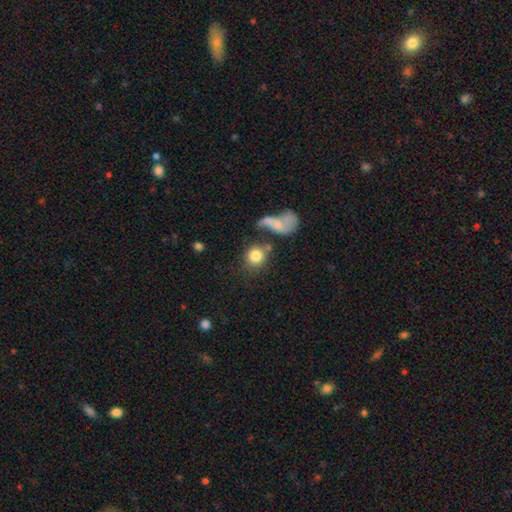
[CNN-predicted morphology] Overall: smooth (81%). How rounded: round (82%). Merging: none (52%; merger 24%).